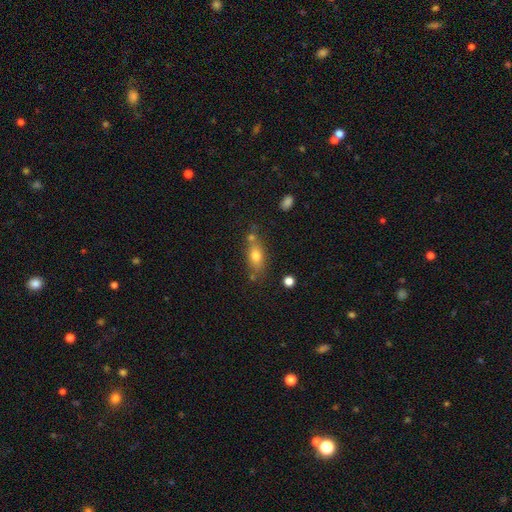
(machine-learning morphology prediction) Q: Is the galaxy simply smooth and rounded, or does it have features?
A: smooth — 75%.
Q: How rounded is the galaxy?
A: in between — 76%.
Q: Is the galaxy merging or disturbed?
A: none — 60%.